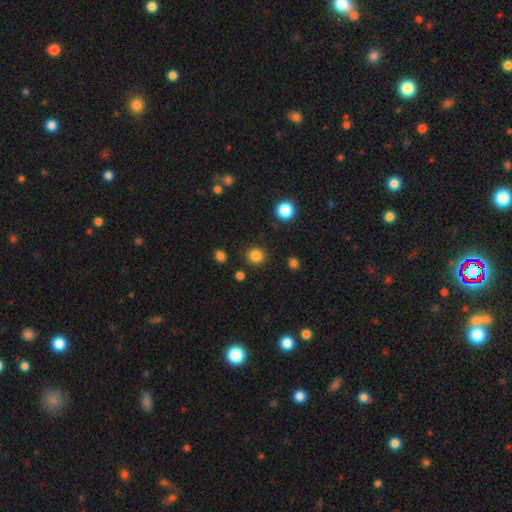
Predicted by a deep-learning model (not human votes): This is clearly a smooth galaxy (84%). How rounded: clearly round (91%). Merging: clearly none (90%).